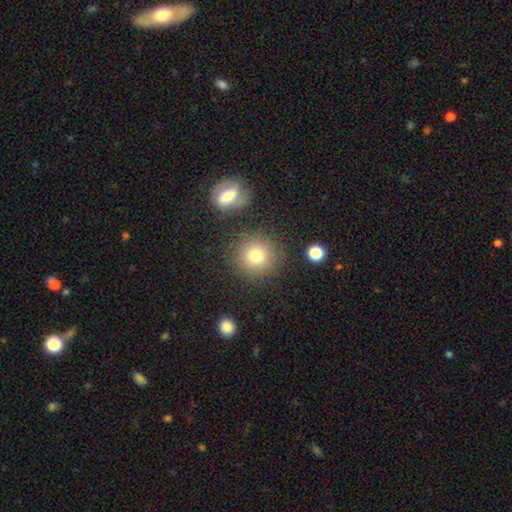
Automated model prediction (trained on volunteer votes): Morphology: type=smooth (79%); roundness=round (91%); merging=none (82%).